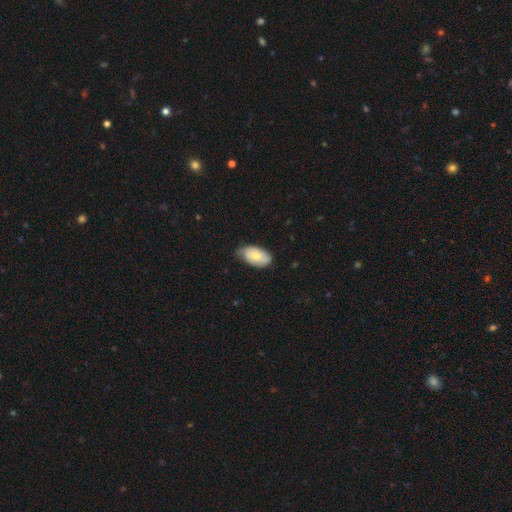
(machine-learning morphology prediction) A smooth galaxy with no disk features (58%) that is in between round and cigar-shaped (94%). Merging: none (61%).